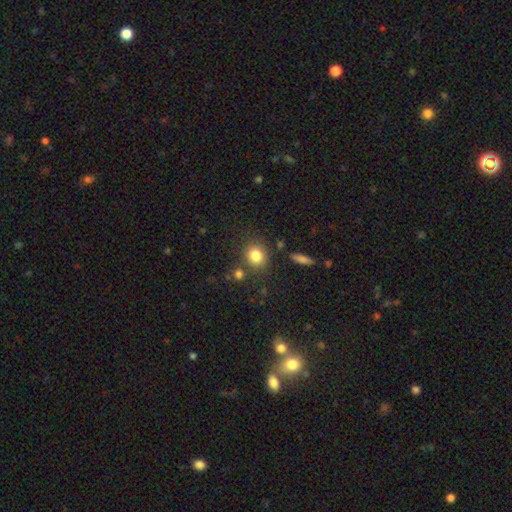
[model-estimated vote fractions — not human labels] Smooth or featured? smooth (83%)
How rounded? round (74%)
Merging? none (77%)